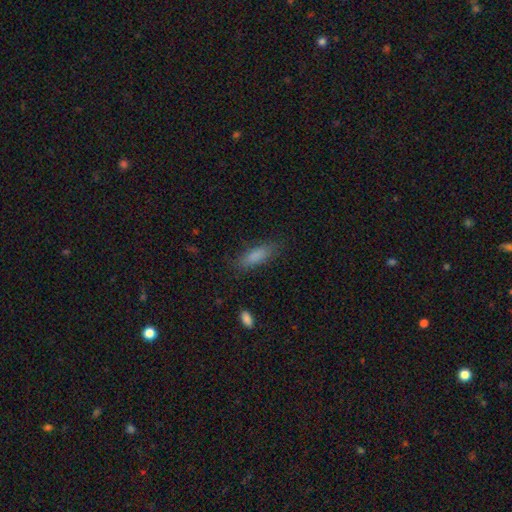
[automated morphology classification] Smooth or featured?
  - smooth: 84% *
  - star or artifact: 8%
  - featured or disk: 8%
How rounded?
  - in between: 57% *
  - cigar-shaped: 41%
  - round: 2%
Merging?
  - none: 81% *
  - minor disturbance: 14%
  - major disturbance: 4%
  - merger: 1%